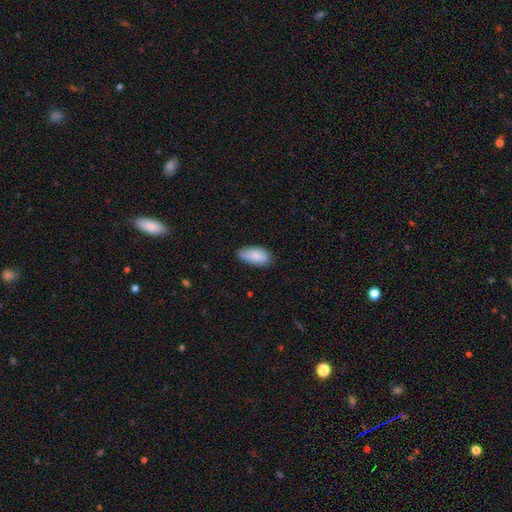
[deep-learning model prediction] This is clearly a smooth galaxy (84%). How rounded: clearly in between (92%). Merging: likely none (68%).